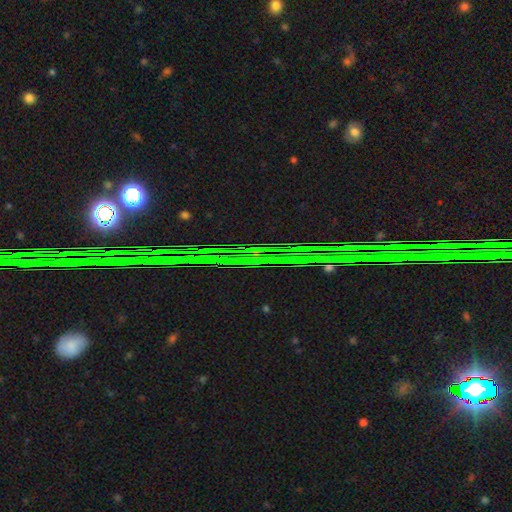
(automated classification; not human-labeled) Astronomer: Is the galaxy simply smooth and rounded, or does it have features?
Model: star or artifact — 85%.